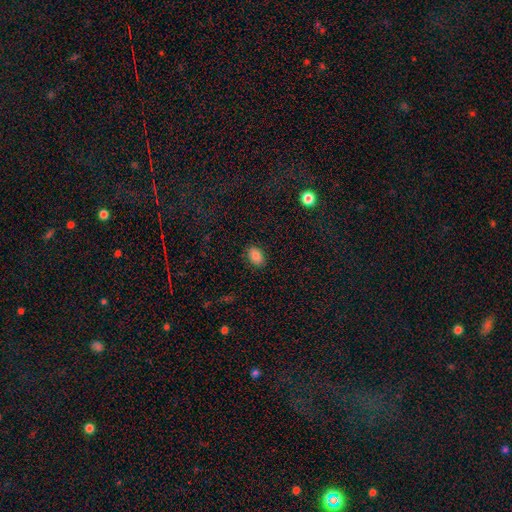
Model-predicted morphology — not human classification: smooth_or_featured: smooth (p=0.84) [alt: star or artifact p=0.09]
how_rounded: in between (p=0.83) [alt: round p=0.16]
merging: none (p=0.87) [alt: minor disturbance p=0.10]